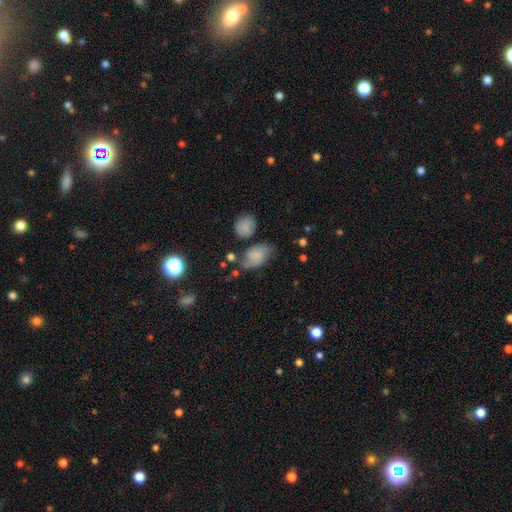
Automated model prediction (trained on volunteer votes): Smooth or featured? Predicted: smooth (p=0.63). How rounded? Predicted: in between (p=0.84). Merging? Predicted: none (p=0.48).